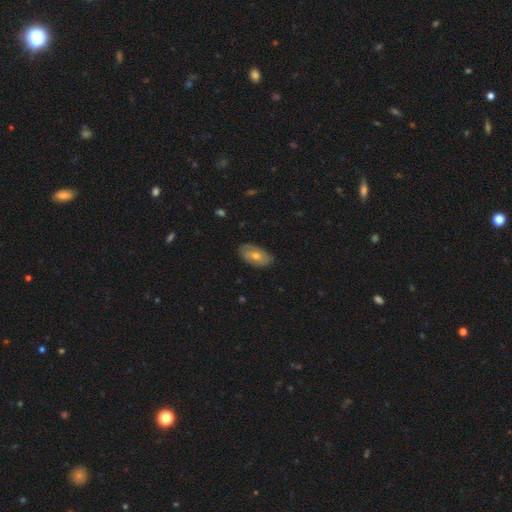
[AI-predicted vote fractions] Smooth or featured?
  - featured or disk: 48% *
  - smooth: 44%
  - star or artifact: 8%
Merging?
  - none: 80% *
  - minor disturbance: 16%
  - major disturbance: 3%
  - merger: 1%